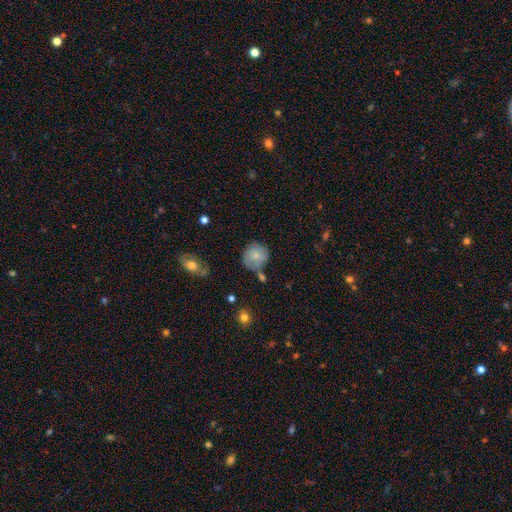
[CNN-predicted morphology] smooth 70%, featured or disk 22%, star or artifact 8%. Down the decision tree: how rounded — round (82%); merging — none (54%).